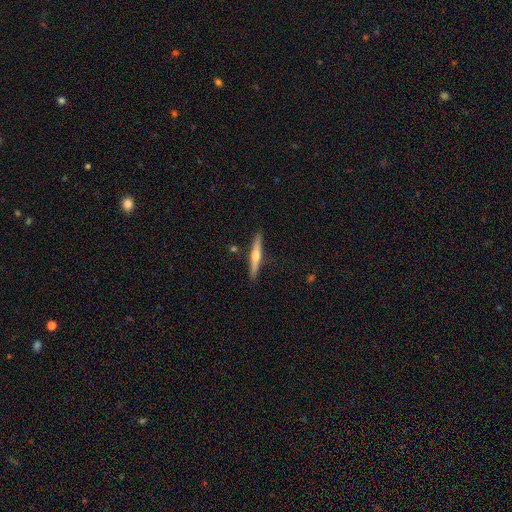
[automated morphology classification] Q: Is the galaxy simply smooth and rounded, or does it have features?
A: featured or disk — 67%.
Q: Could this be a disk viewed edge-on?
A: yes — 98%.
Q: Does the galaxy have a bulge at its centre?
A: rounded — 93%.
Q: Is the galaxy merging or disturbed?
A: none — 90%.